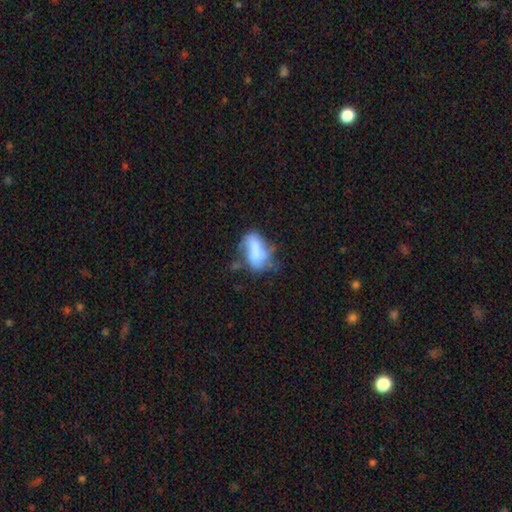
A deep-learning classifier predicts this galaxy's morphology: smooth 52%, featured or disk 38%, star or artifact 10%. Down the decision tree: how rounded — in between (86%); merging — major disturbance (29%).